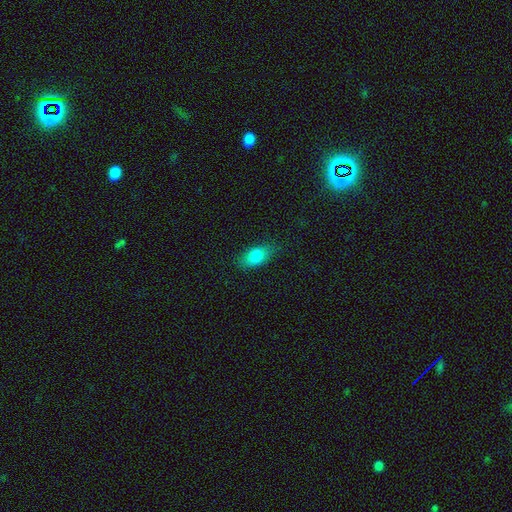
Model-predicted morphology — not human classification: smooth 82%, featured or disk 10%, star or artifact 8%. Down the decision tree: how rounded — in between (87%); merging — none (78%).